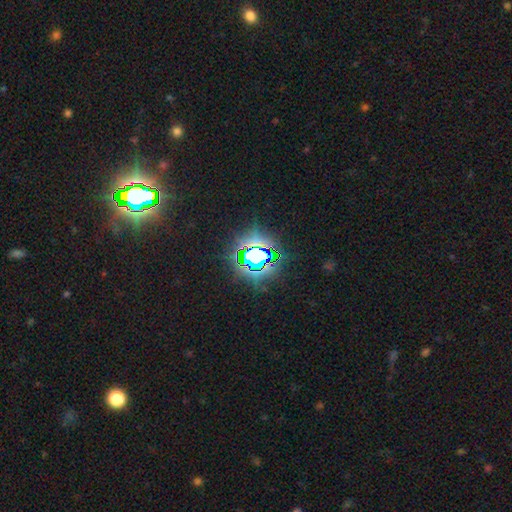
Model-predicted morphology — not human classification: smooth-or-featured: star or artifact: 76% | smooth: 14% | featured or disk: 10%